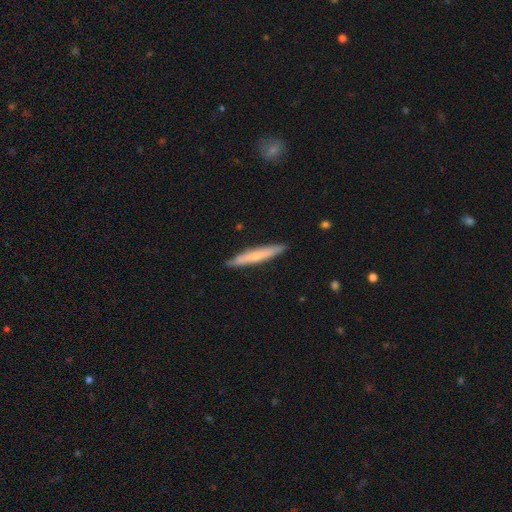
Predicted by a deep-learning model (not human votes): This is possibly a smooth galaxy (53%). How rounded: clearly cigar-shaped (94%). Merging: clearly none (89%).